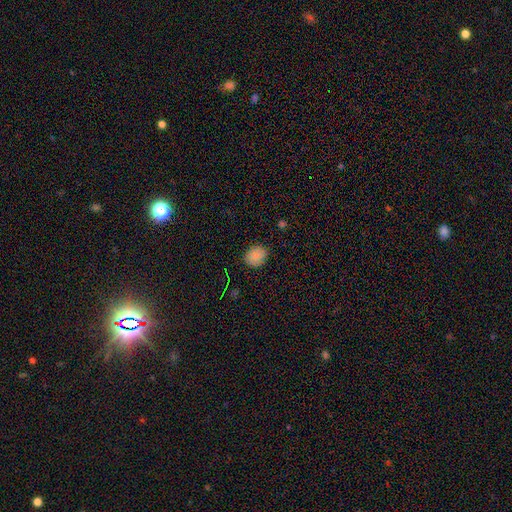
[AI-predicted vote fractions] Smooth or featured? smooth (82%)
How rounded? round (70%)
Merging? none (86%)